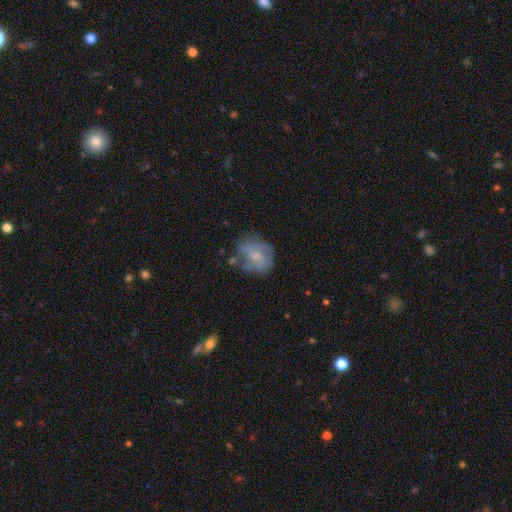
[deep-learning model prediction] A featured or disk galaxy (67%) with no bar (66%), medium (45%) spiral arms (79%) and a small central bulge (56%). Merging: none (56%).